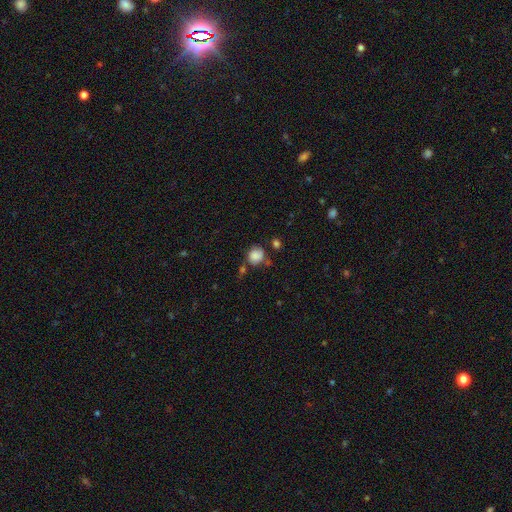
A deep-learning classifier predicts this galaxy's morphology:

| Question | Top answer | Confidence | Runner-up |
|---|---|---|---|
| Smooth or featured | smooth | 81% | star or artifact (10%) |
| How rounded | round | 78% | in between (21%) |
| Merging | none | 54% | minor disturbance (24%) |